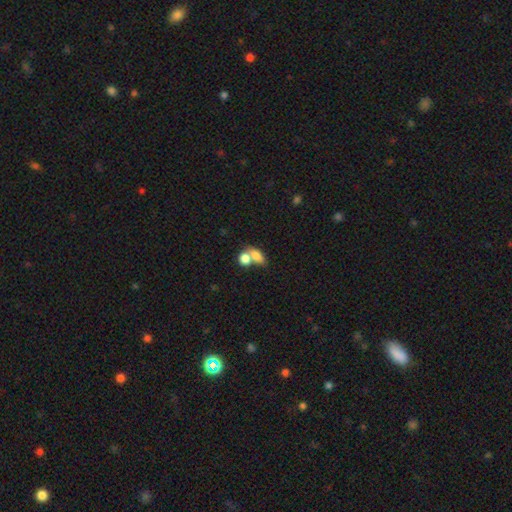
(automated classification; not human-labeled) This is likely a smooth galaxy (77%). How rounded: likely in between (74%). Merging: possibly merger (58%).